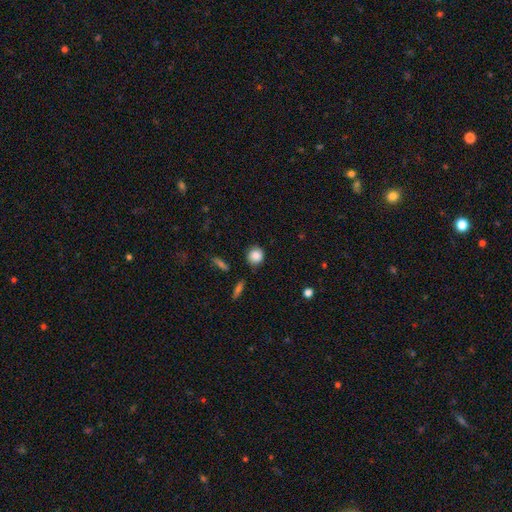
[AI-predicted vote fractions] This is clearly a smooth galaxy (86%). How rounded: clearly round (86%). Merging: clearly none (80%).